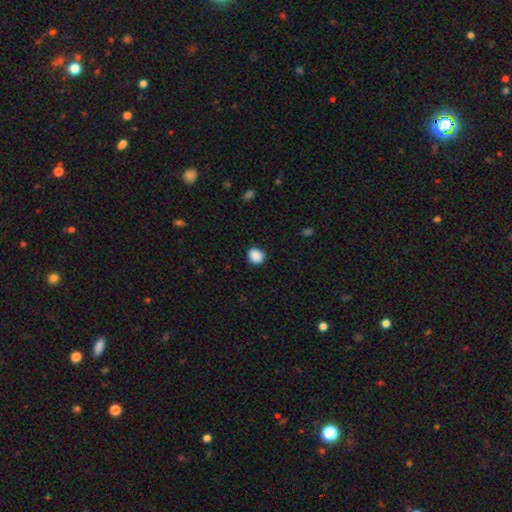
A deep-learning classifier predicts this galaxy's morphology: smooth_or_featured: smooth (p=0.89) [alt: star or artifact p=0.08]
how_rounded: round (p=0.62) [alt: in between p=0.37]
merging: none (p=0.88) [alt: minor disturbance p=0.09]